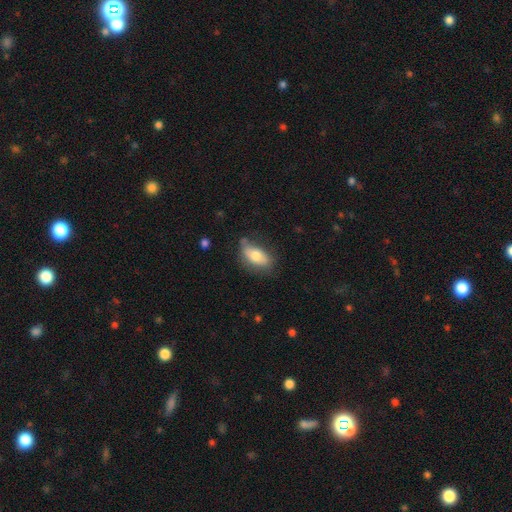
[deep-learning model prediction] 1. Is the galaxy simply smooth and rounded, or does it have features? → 72% smooth, 21% featured or disk, 7% star or artifact.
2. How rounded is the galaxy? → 89% in between, 6% cigar-shaped, 5% round.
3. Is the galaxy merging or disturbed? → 57% none, 30% minor disturbance, 9% major disturbance, 4% merger.